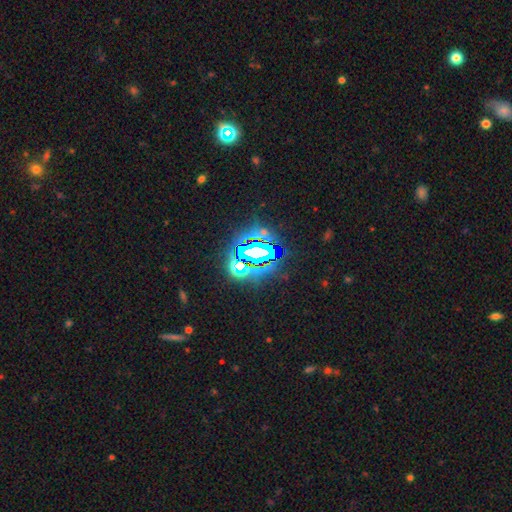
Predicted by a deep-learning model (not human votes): Q: Smooth or featured?
A: star or artifact (77%); runner-up: smooth (12%)